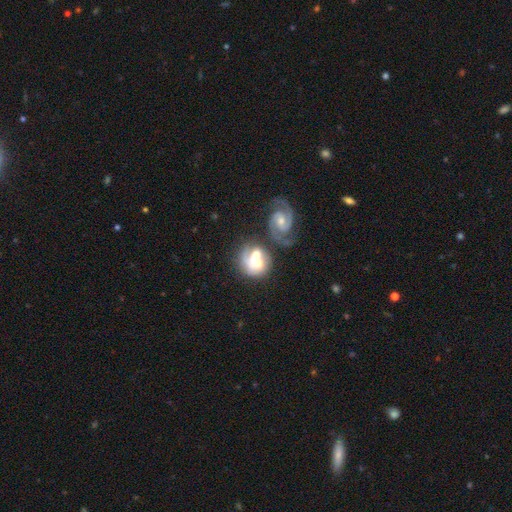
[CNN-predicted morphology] A featured or disk galaxy (57%) with no bar (54%), spiral arms (73%) and a moderate central bulge (52%).

Vote fractions:
- Smooth or featured? featured or disk: 57% / smooth: 35% / star or artifact: 8%
- Edge-on disk? no: 96% / yes: 4%
- Bar? no: 54% / weak: 33% / strong: 13%
- Spiral arms? yes: 73% / no: 27%
- Bulge size? moderate: 52% / small: 22% / large: 16% / none: 7% / dominant: 3%
- Merging? merger: 53% / none: 29% / minor disturbance: 11% / major disturbance: 8%